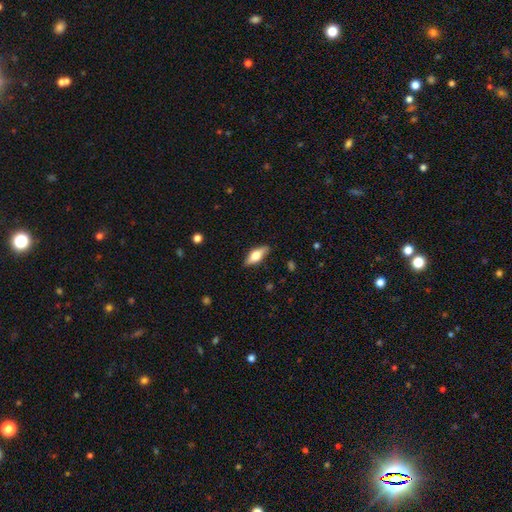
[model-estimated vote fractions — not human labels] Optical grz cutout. It shows a smooth galaxy with no disk features (57%) that is in between round and cigar-shaped (69%). Merging: none (86%).